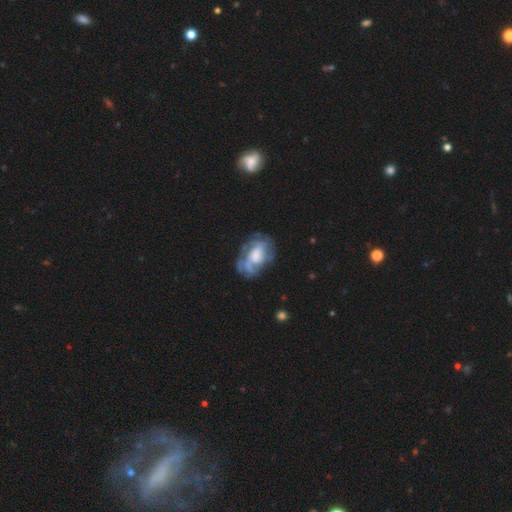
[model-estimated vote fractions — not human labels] smooth_or_featured: featured or disk (p=0.67) [alt: smooth p=0.25]
disk_edge_on: no (p=0.96) [alt: yes p=0.04]
bar: no (p=0.66) [alt: weak p=0.27]
has_spiral_arms: yes (p=0.69) [alt: no p=0.31]
bulge_size: moderate (p=0.37) [alt: large p=0.27]
merging: none (p=0.58) [alt: minor disturbance p=0.23]